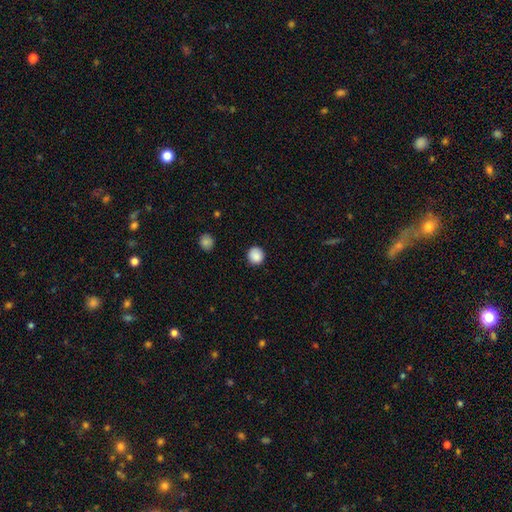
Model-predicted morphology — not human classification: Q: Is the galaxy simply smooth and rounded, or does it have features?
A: smooth — 88%.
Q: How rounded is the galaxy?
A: round — 92%.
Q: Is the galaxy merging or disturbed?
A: none — 91%.